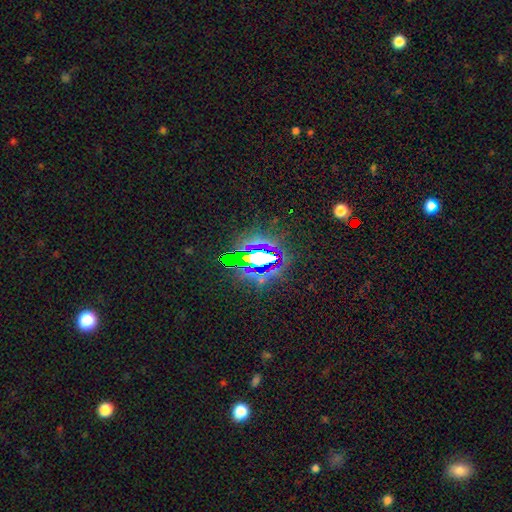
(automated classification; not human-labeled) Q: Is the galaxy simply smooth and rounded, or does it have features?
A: star or artifact — 64%.